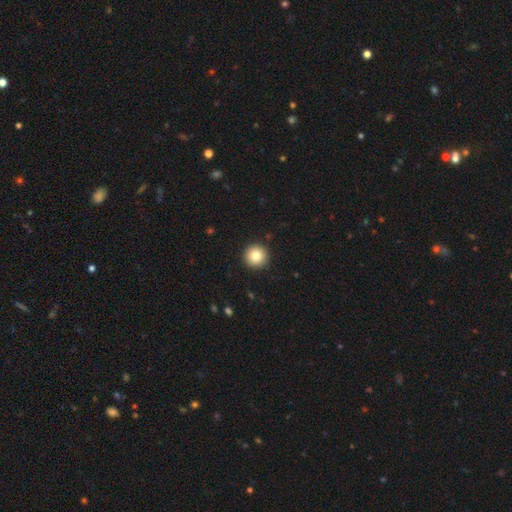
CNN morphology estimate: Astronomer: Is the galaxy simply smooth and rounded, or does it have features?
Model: smooth — 82%.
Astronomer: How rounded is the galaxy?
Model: round — 96%.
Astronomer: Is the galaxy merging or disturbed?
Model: none — 93%.